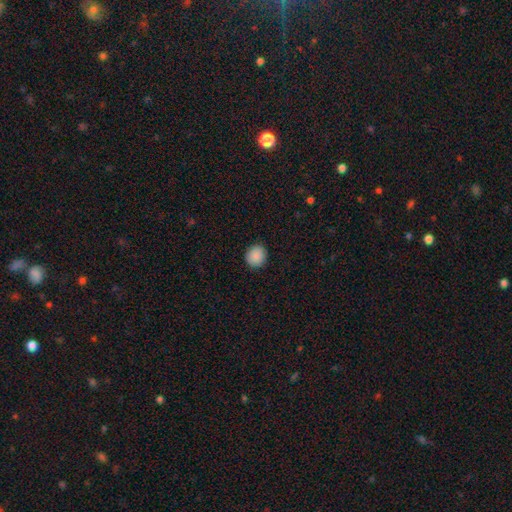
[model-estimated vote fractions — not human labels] A smooth galaxy with no disk features (90%) that is round (83%). Merging: none (91%).